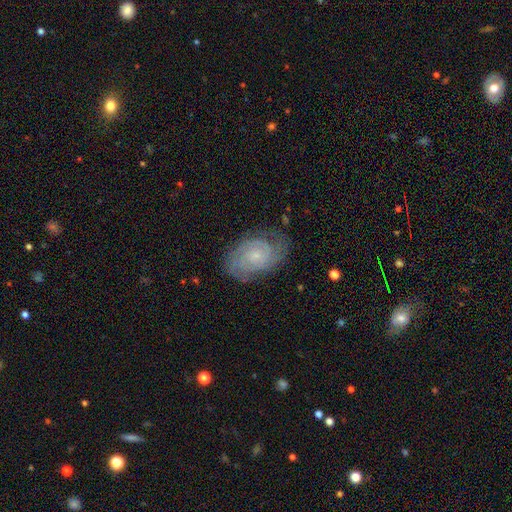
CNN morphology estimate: Smooth or featured? featured or disk (82%)
Edge-on disk? no (97%)
Bar? no (69%)
Spiral arms? yes (96%)
Spiral winding? tight (69%)
Spiral arm count? 2 (54%)
Bulge size? small (71%)
Merging? none (73%)